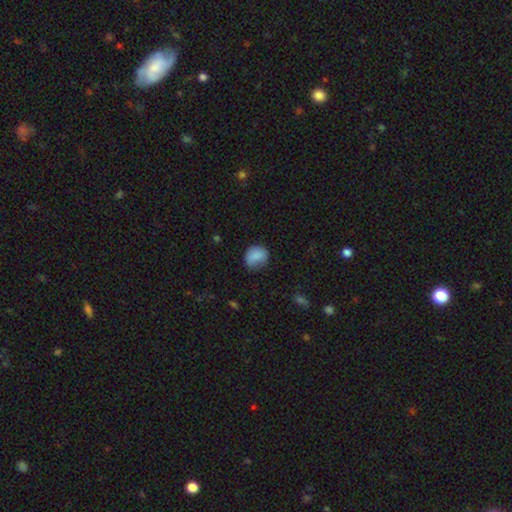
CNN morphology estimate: Q: Smooth or featured?
A: smooth (83%); runner-up: featured or disk (9%)
Q: How rounded?
A: round (75%); runner-up: in between (24%)
Q: Merging?
A: none (67%); runner-up: minor disturbance (25%)